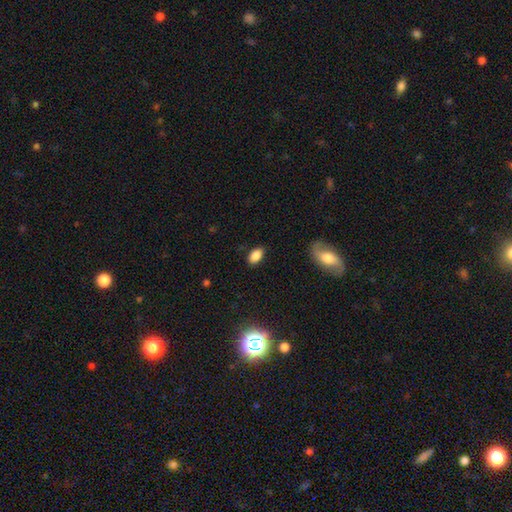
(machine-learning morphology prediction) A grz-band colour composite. It shows a smooth galaxy with no disk features (86%) that is in between round and cigar-shaped (91%). Merging: none (84%).